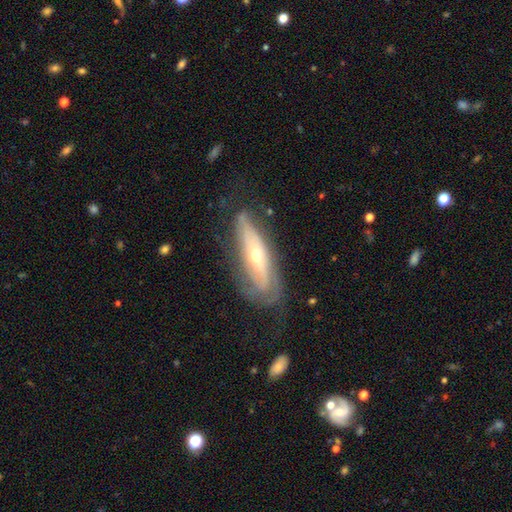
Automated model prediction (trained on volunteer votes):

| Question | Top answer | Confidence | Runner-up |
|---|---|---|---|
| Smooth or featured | featured or disk | 67% | smooth (26%) |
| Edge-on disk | no | 64% | yes (36%) |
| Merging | none | 58% | minor disturbance (25%) |